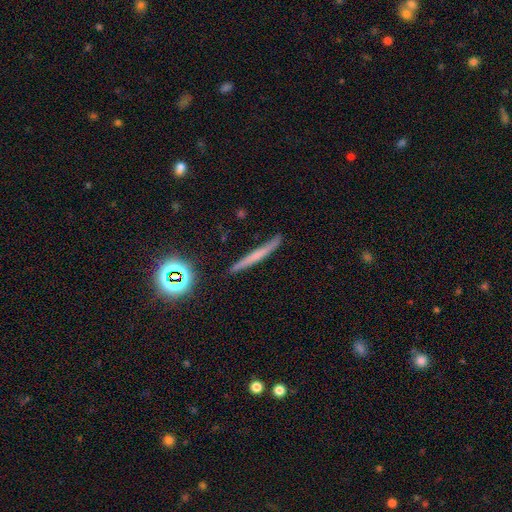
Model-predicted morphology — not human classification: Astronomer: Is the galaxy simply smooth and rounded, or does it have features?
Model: smooth — 46% (runner-up: featured or disk, 42%).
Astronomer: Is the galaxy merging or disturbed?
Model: none — 85%.